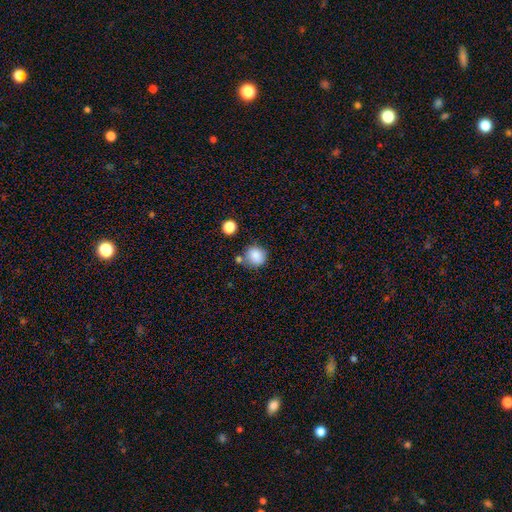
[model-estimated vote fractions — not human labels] smooth_or_featured: smooth (p=0.85) [alt: star or artifact p=0.09]
how_rounded: round (p=0.85) [alt: in between p=0.14]
merging: none (p=0.68) [alt: minor disturbance p=0.16]